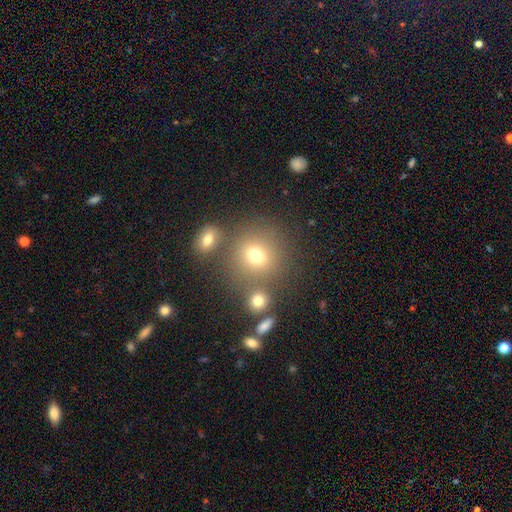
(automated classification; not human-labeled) A smooth galaxy with no disk features (72%) that is round (83%).

Vote fractions:
- Smooth or featured? smooth: 72% / star or artifact: 17% / featured or disk: 11%
- How rounded? round: 83% / in between: 16% / cigar-shaped: 1%
- Merging? none: 67% / merger: 17% / minor disturbance: 10% / major disturbance: 5%